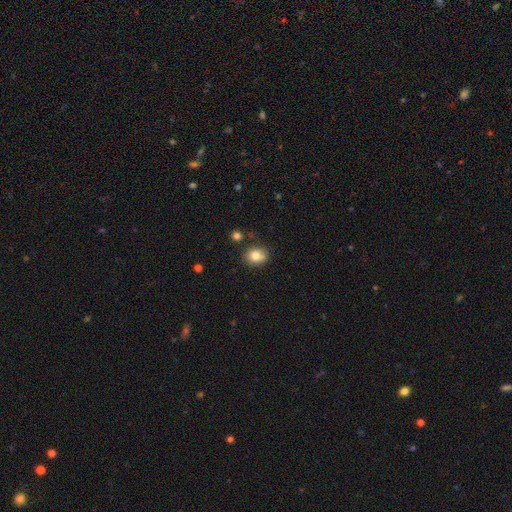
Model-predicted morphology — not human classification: Smooth or featured?
  - smooth: 80% *
  - star or artifact: 10%
  - featured or disk: 10%
How rounded?
  - round: 59% *
  - in between: 40%
  - cigar-shaped: 1%
Merging?
  - none: 78% *
  - minor disturbance: 14%
  - merger: 5%
  - major disturbance: 3%